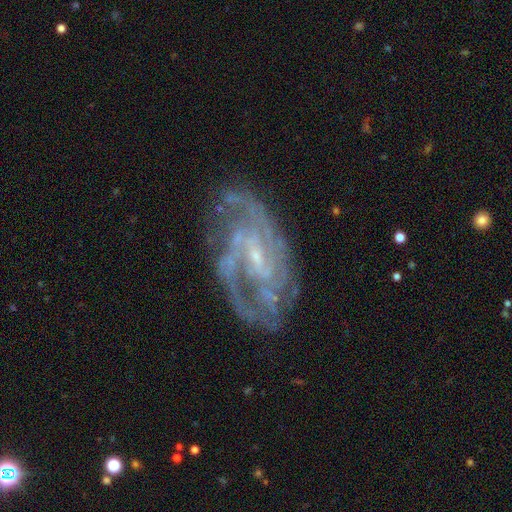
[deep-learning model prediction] Smooth or featured? featured or disk (87%)
Edge-on disk? no (96%)
Bar? weak (49%)
Spiral arms? yes (94%)
Spiral winding? medium (45%)
Spiral arm count? 2 (36%)
Bulge size? small (76%)
Merging? none (68%)